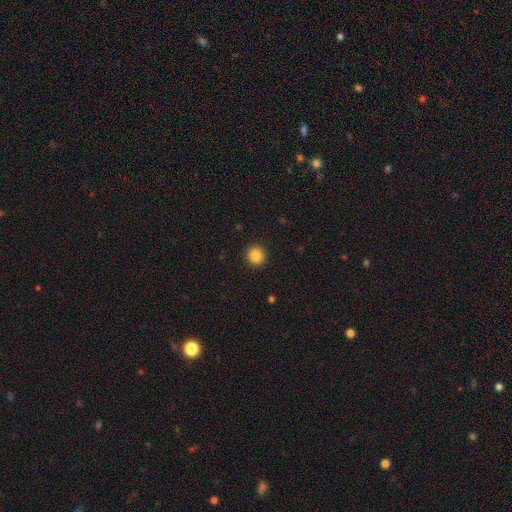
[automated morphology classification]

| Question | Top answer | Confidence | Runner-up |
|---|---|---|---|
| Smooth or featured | smooth | 87% | star or artifact (10%) |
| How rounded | round | 95% | in between (4%) |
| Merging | none | 93% | minor disturbance (4%) |